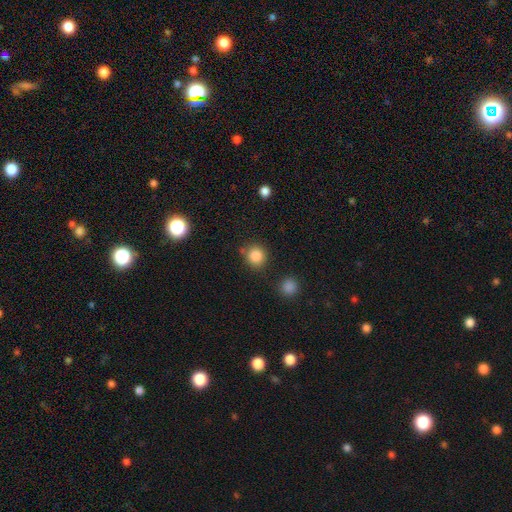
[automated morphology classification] Smooth or featured: smooth — 85% (star or artifact — 11%)
How rounded: round — 90% (in between — 9%)
Merging: none — 78% (minor disturbance — 11%)